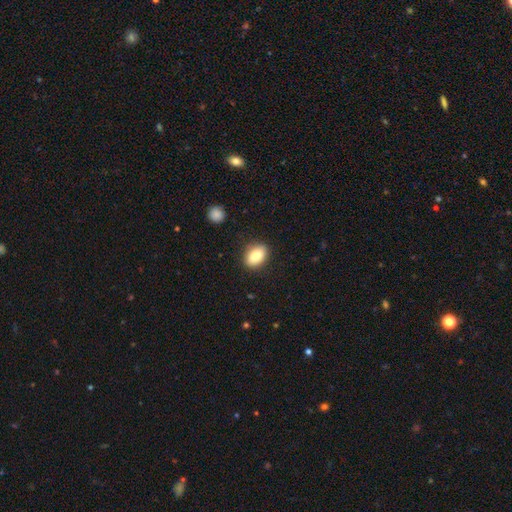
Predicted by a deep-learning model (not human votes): This appears to be a smooth galaxy with no disk features (83%) that is in between round and cigar-shaped (84%). Merging: none (87%).